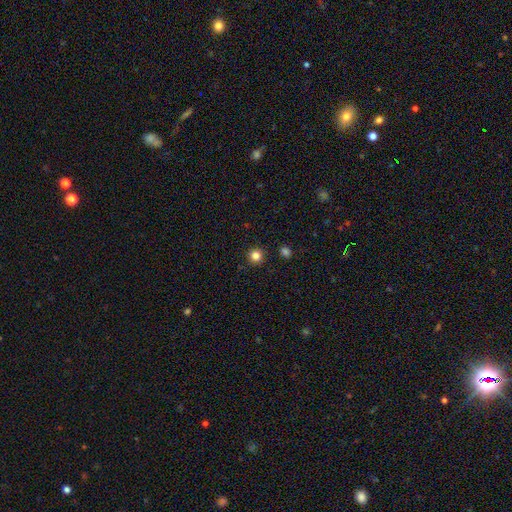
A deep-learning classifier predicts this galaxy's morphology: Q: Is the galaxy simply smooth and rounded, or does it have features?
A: smooth — 83%.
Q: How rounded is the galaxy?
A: round — 95%.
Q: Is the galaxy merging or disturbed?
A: none — 91%.